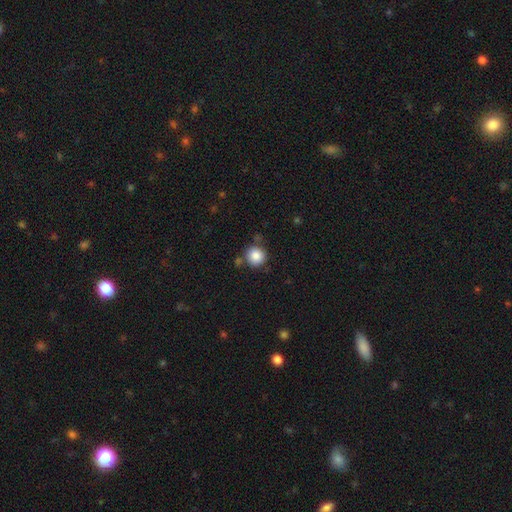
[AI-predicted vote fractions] Smooth or featured?
  - smooth: 86% *
  - star or artifact: 9%
  - featured or disk: 5%
How rounded?
  - round: 93% *
  - in between: 6%
  - cigar-shaped: 1%
Merging?
  - none: 78% *
  - minor disturbance: 11%
  - merger: 8%
  - major disturbance: 3%